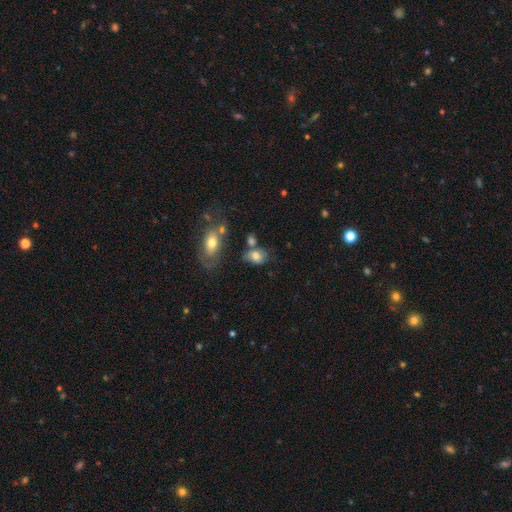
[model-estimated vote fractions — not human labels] A smooth galaxy with no disk features (75%) that is in between round and cigar-shaped (73%). Merging: none (47%).